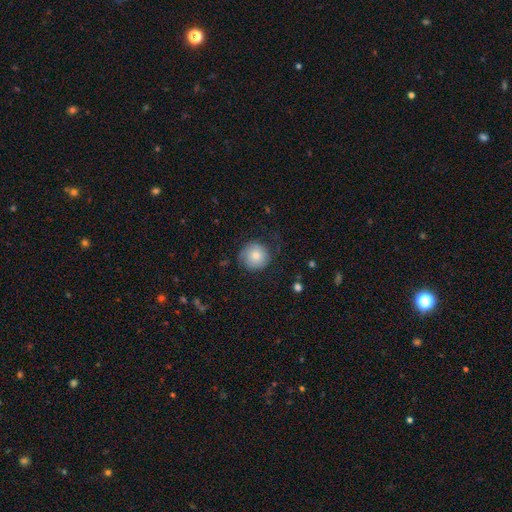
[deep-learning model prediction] Smooth or featured: smooth — 71% (featured or disk — 22%)
How rounded: round — 93% (in between — 6%)
Merging: none — 65% (minor disturbance — 23%)